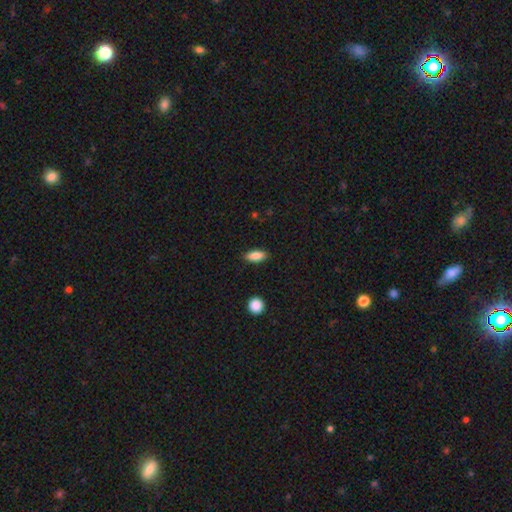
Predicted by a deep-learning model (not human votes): Smooth or featured? Predicted: smooth (p=0.86). How rounded? Predicted: in between (p=0.82). Merging? Predicted: none (p=0.88).